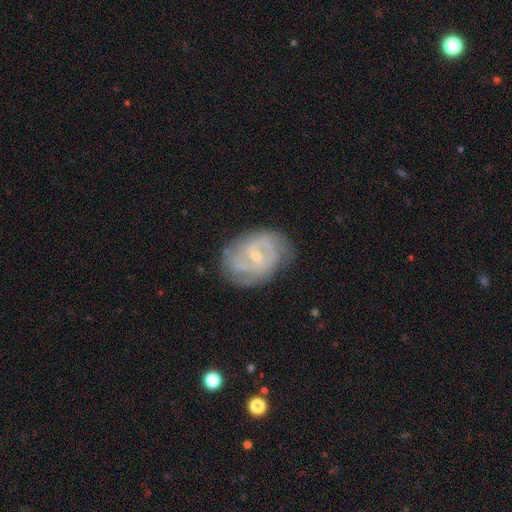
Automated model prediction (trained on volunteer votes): featured or disk 80%, smooth 13%, star or artifact 6%. Down the decision tree: edge-on disk — no (97%); bar — weak (53%); spiral arms — yes (91%); spiral arm count — 2 (56%); spiral winding — medium (43%); bulge size — small (68%); merging — none (75%).